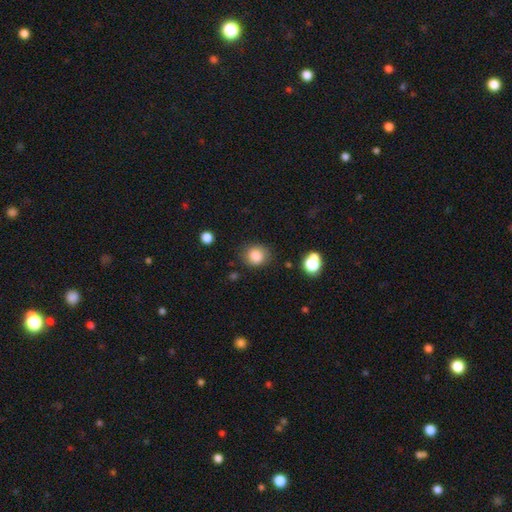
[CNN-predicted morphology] Overall: smooth (85%). How rounded: round (78%). Merging: none (79%).